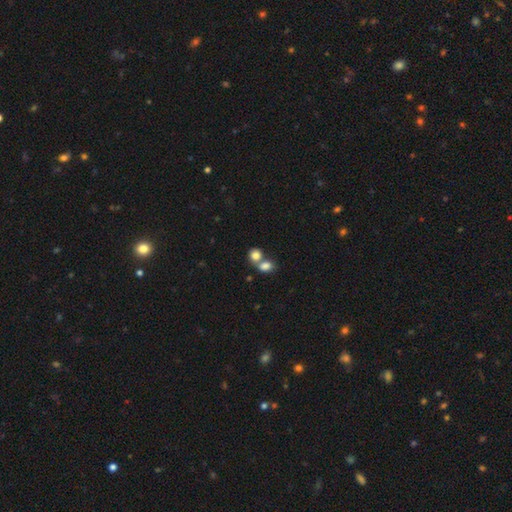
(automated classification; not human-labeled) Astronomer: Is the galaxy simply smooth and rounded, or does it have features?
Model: smooth — 82%.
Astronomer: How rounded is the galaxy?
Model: round — 62% (runner-up: in between, 37%).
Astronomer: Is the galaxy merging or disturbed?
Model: merger — 57% (runner-up: none, 34%).